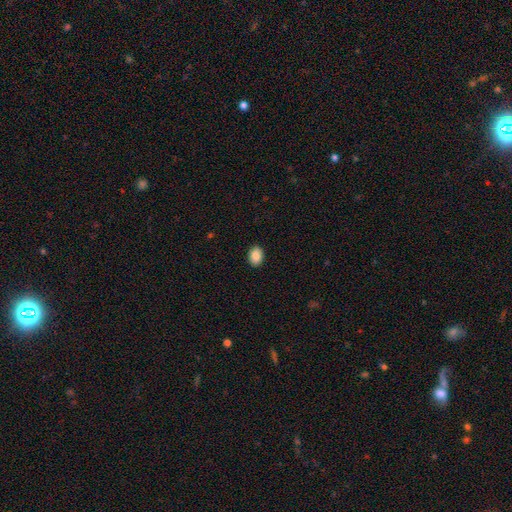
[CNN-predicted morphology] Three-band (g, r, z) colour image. It shows a smooth galaxy with no disk features (88%) that is in between round and cigar-shaped (77%). Merging: none (90%).